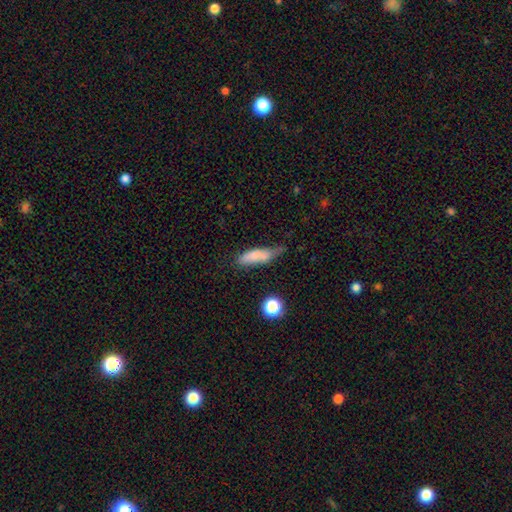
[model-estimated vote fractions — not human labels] Q: Smooth or featured?
A: smooth (73%); runner-up: featured or disk (18%)
Q: How rounded?
A: cigar-shaped (55%); runner-up: in between (42%)
Q: Merging?
A: none (39%); runner-up: minor disturbance (36%)